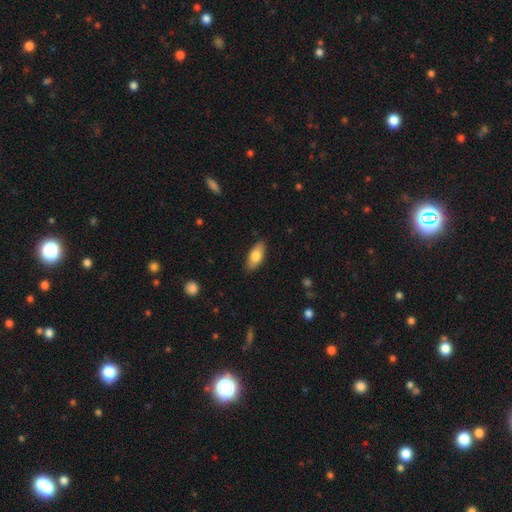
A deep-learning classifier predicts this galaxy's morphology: smooth_or_featured: smooth (p=0.78) [alt: featured or disk p=0.16]
how_rounded: in between (p=0.86) [alt: cigar-shaped p=0.12]
merging: none (p=0.86) [alt: minor disturbance p=0.11]